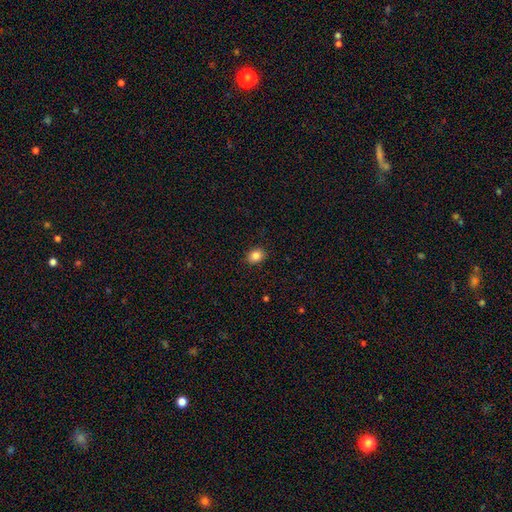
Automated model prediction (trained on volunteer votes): The model was most divided on "how rounded": round: 52%, in between: 47%, cigar-shaped: 1%. More confident: merging — none (88%); smooth or featured — smooth (86%).